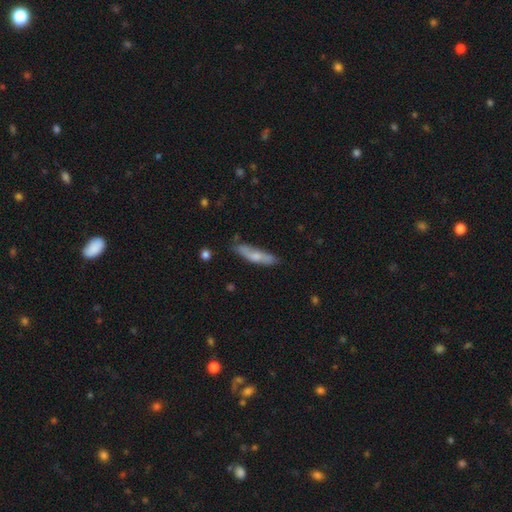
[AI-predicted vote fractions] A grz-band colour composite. It shows a smooth galaxy with no disk features (60%) that is cigar-shaped (76%). Merging: none (75%).